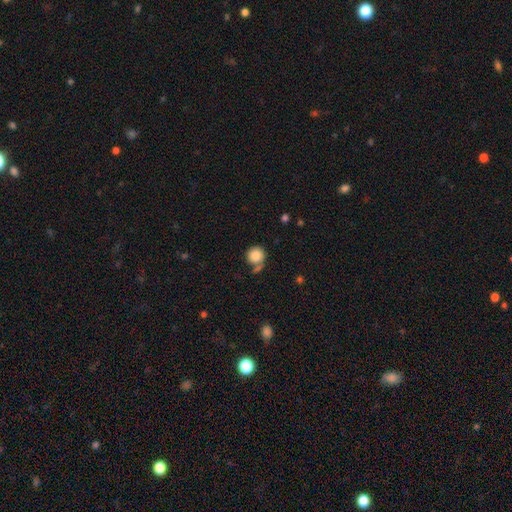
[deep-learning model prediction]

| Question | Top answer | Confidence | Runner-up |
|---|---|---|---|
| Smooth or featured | smooth | 85% | star or artifact (8%) |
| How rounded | round | 91% | in between (8%) |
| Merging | none | 60% | minor disturbance (16%) |